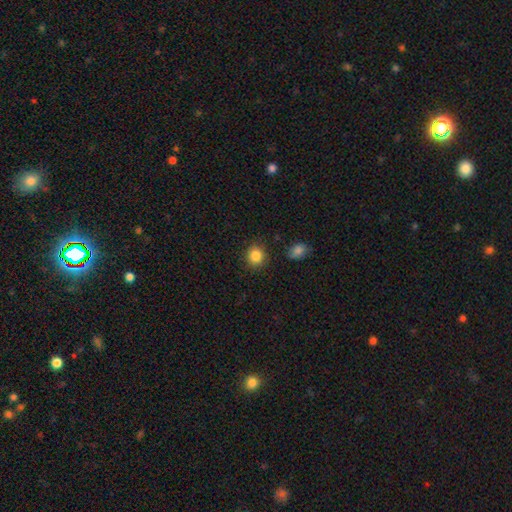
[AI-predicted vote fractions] Q: Smooth or featured?
A: smooth (85%); runner-up: star or artifact (10%)
Q: How rounded?
A: round (83%); runner-up: in between (16%)
Q: Merging?
A: none (87%); runner-up: minor disturbance (8%)